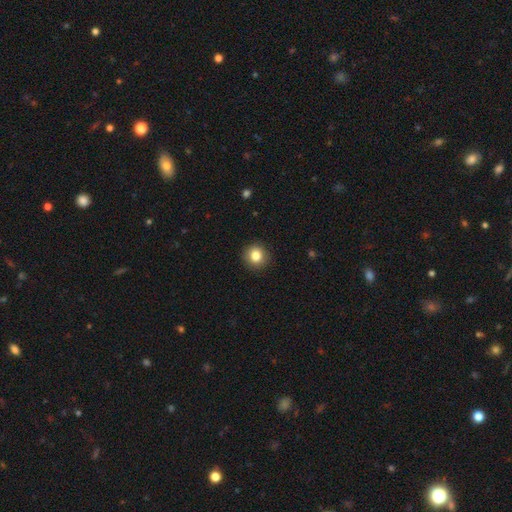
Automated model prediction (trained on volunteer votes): smooth 83%, star or artifact 10%, featured or disk 7%. Down the decision tree: how rounded — round (92%); merging — none (91%).